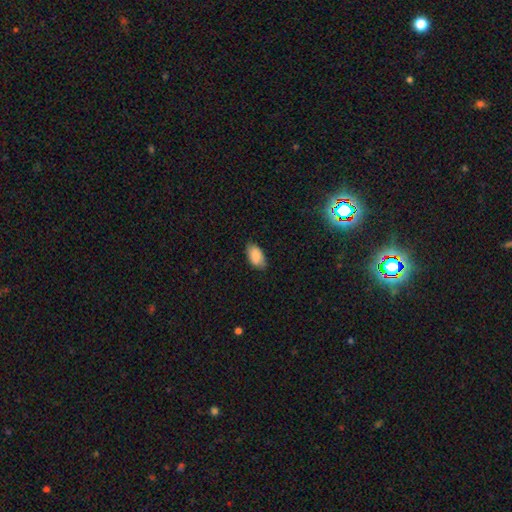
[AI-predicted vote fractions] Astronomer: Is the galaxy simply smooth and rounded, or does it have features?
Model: smooth — 88%.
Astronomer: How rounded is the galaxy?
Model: in between — 94%.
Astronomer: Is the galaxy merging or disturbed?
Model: none — 79%.